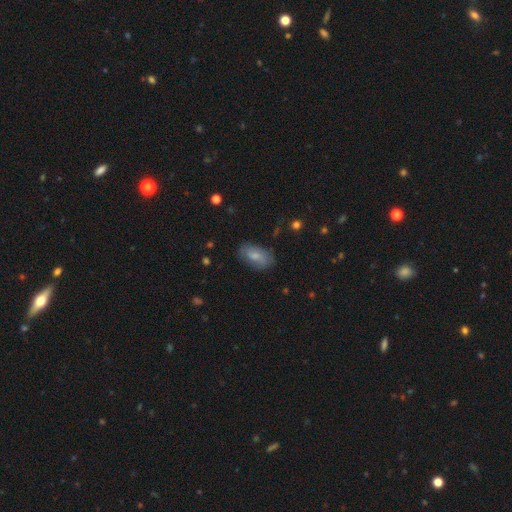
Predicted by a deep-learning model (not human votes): Smooth or featured?
  - smooth: 68% *
  - featured or disk: 25%
  - star or artifact: 7%
How rounded?
  - in between: 92% *
  - round: 5%
  - cigar-shaped: 3%
Merging?
  - none: 77% *
  - minor disturbance: 17%
  - major disturbance: 5%
  - merger: 1%